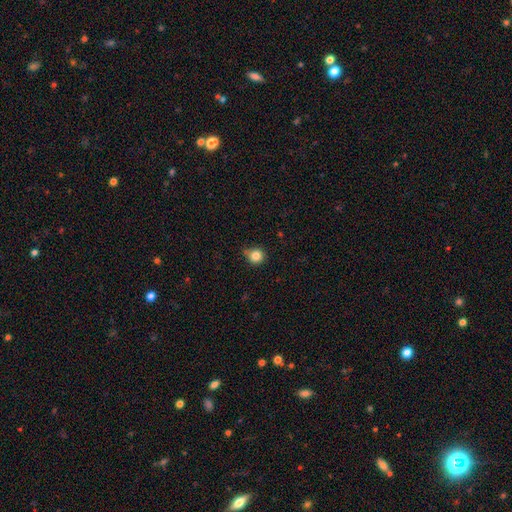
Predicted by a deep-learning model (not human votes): Smooth or featured? Predicted: smooth (p=0.84). How rounded? Predicted: round (p=0.92). Merging? Predicted: none (p=0.75).